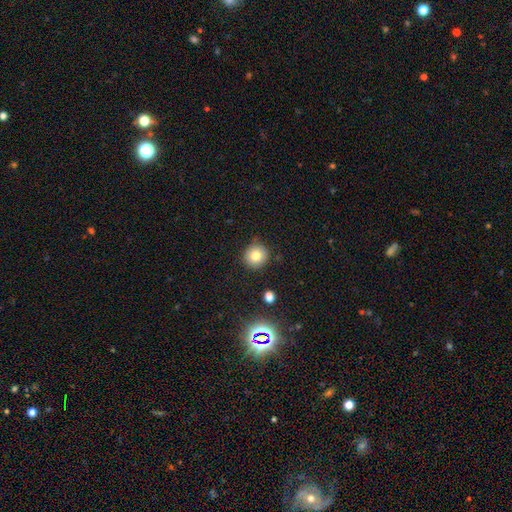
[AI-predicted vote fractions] Morphology: type=smooth (78%); roundness=round (92%); merging=none (87%).